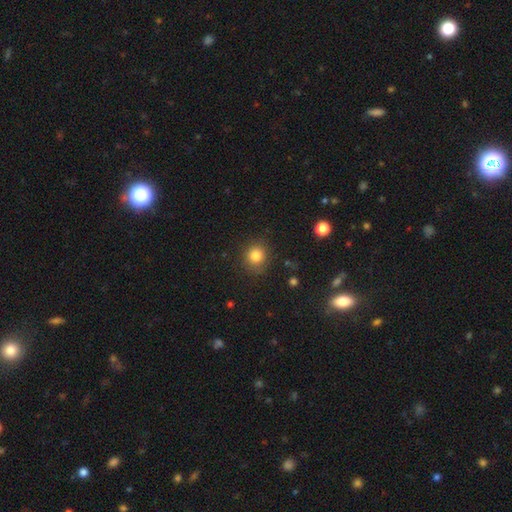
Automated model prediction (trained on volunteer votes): The model was most divided on "how rounded": round: 84%, in between: 15%, cigar-shaped: 1%. More confident: merging — none (84%); smooth or featured — smooth (83%).